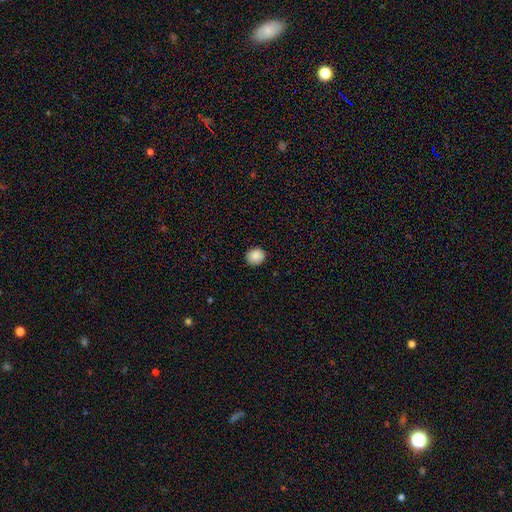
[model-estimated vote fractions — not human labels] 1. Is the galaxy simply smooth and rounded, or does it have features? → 88% smooth, 8% star or artifact, 3% featured or disk.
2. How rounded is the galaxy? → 81% round, 18% in between, 1% cigar-shaped.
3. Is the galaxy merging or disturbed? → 89% none, 8% minor disturbance, 2% major disturbance, 1% merger.